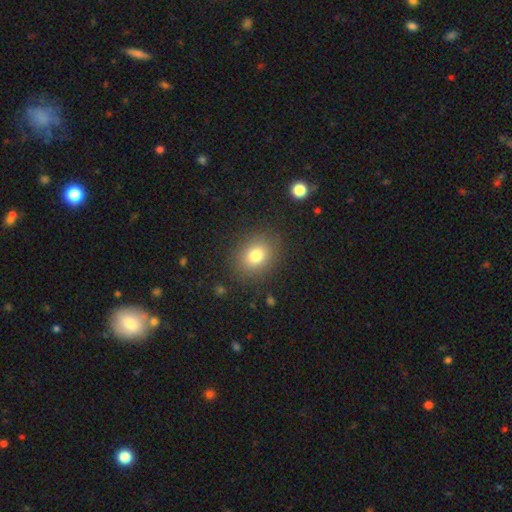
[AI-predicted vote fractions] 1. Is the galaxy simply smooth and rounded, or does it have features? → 79% smooth, 12% star or artifact, 9% featured or disk.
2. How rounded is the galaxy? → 56% round, 43% in between, 1% cigar-shaped.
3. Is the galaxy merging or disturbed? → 86% none, 9% minor disturbance, 4% major disturbance, 1% merger.